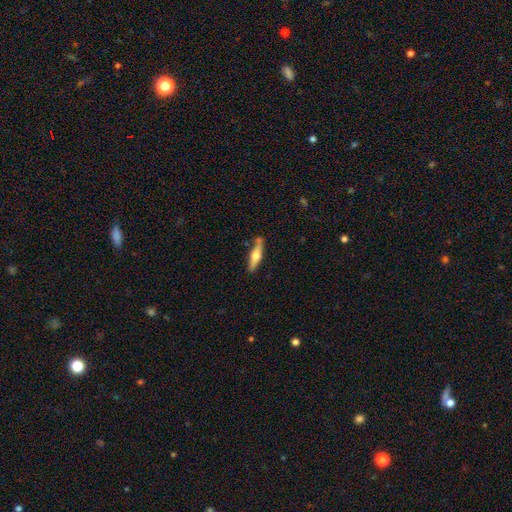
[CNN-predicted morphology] Smooth or featured? smooth (48%)
Merging? none (74%)